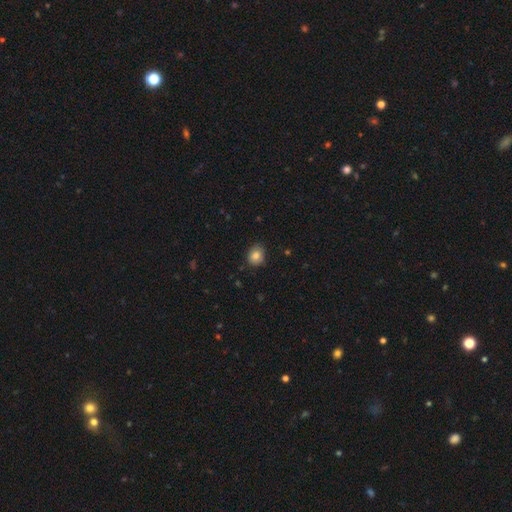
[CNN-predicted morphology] This is clearly a smooth galaxy (83%). How rounded: possibly round (59%). Merging: likely none (80%).